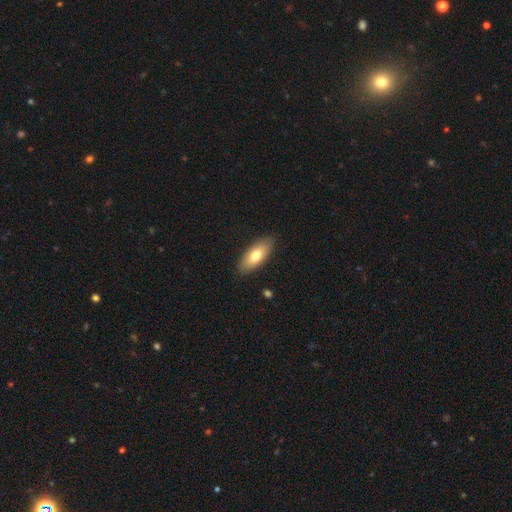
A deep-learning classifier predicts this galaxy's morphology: Smooth or featured? Predicted: smooth (p=0.72). How rounded? Predicted: in between (p=0.81). Merging? Predicted: none (p=0.87).